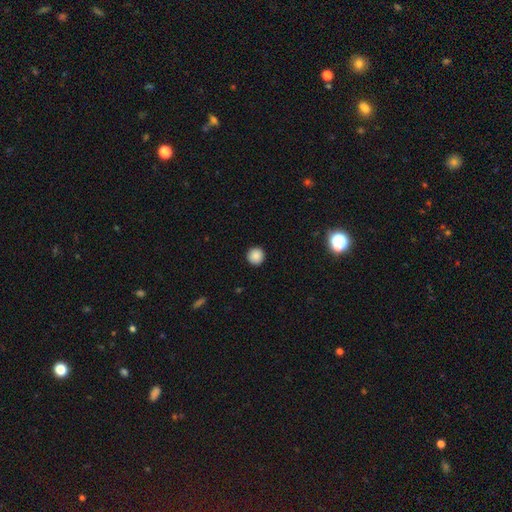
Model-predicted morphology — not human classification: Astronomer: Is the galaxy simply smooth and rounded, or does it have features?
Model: smooth — 87%.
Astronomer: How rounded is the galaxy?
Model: round — 96%.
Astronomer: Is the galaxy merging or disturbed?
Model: none — 93%.